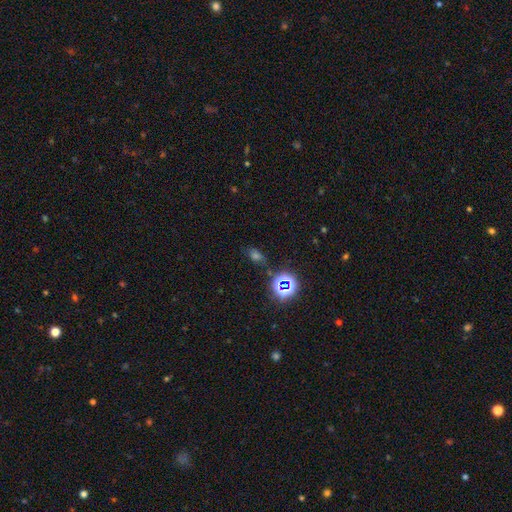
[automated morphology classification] smooth-or-featured: star or artifact: 50% | smooth: 41% | featured or disk: 10%